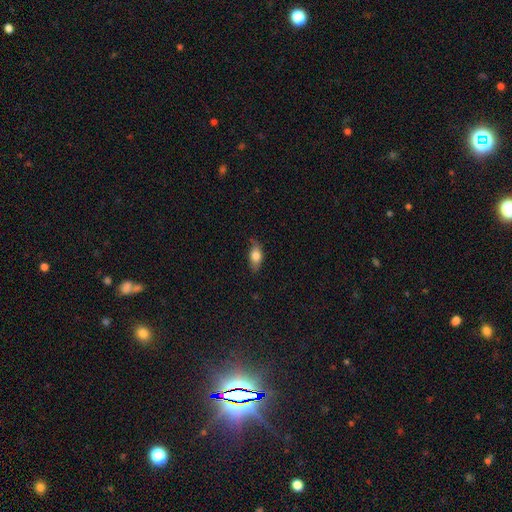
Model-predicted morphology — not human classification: Q: Smooth or featured?
A: smooth (76%); runner-up: featured or disk (16%)
Q: How rounded?
A: in between (83%); runner-up: cigar-shaped (11%)
Q: Merging?
A: none (73%); runner-up: minor disturbance (22%)